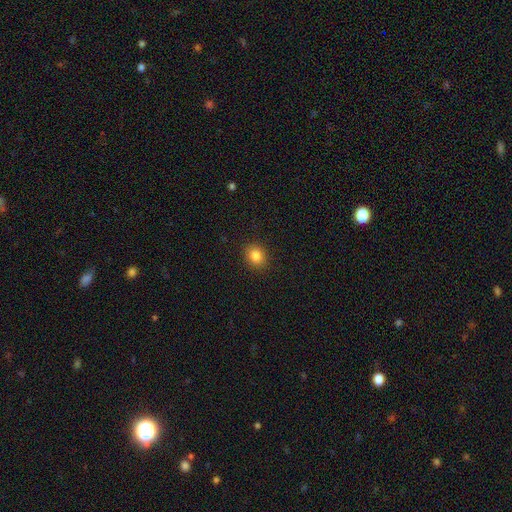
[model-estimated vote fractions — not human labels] Q: Smooth or featured?
A: smooth (84%); runner-up: star or artifact (11%)
Q: How rounded?
A: round (67%); runner-up: in between (32%)
Q: Merging?
A: none (89%); runner-up: minor disturbance (7%)